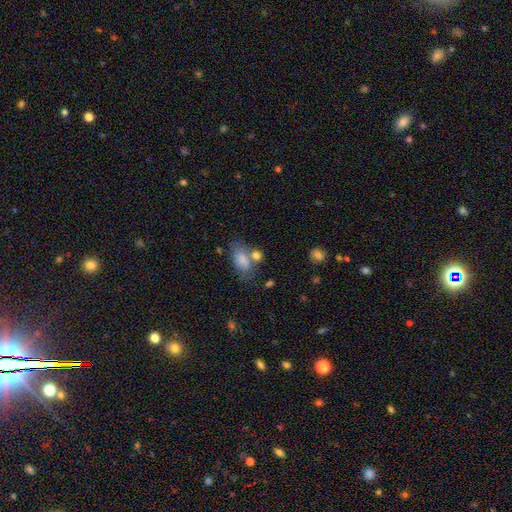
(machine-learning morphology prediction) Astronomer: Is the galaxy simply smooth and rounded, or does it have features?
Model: smooth — 79%.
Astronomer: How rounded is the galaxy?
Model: in between — 83%.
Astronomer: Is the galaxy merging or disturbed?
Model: none — 45% (runner-up: merger, 28%).